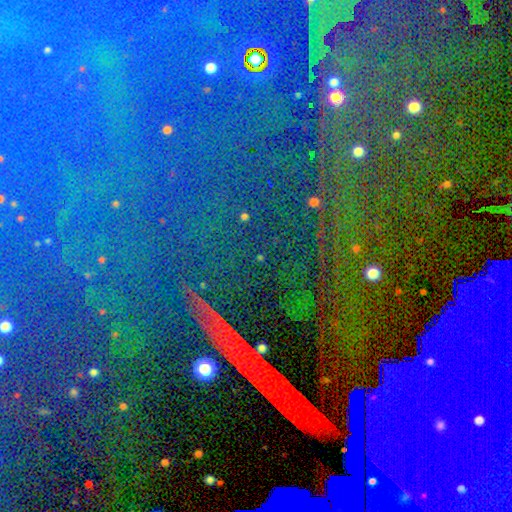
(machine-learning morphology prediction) A star or artifact, not a galaxy (82%).

Vote fractions:
- Smooth or featured? star or artifact: 82% / smooth: 9% / featured or disk: 9%